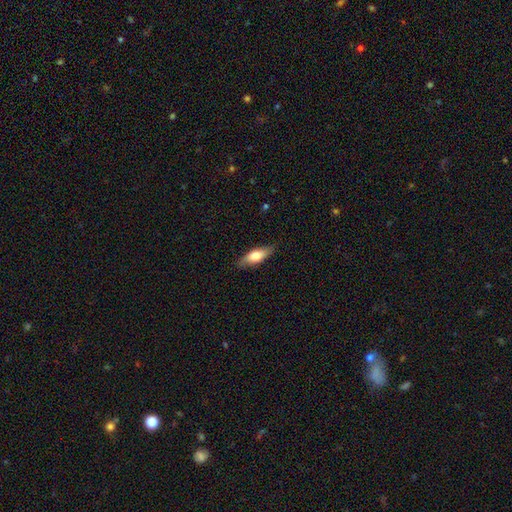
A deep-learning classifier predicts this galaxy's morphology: A smooth galaxy with no disk features (67%) that is in between round and cigar-shaped (64%).

Vote fractions:
- Smooth or featured? smooth: 67% / featured or disk: 27% / star or artifact: 6%
- How rounded? in between: 64% / cigar-shaped: 33% / round: 3%
- Merging? none: 83% / minor disturbance: 14% / major disturbance: 2% / merger: 1%